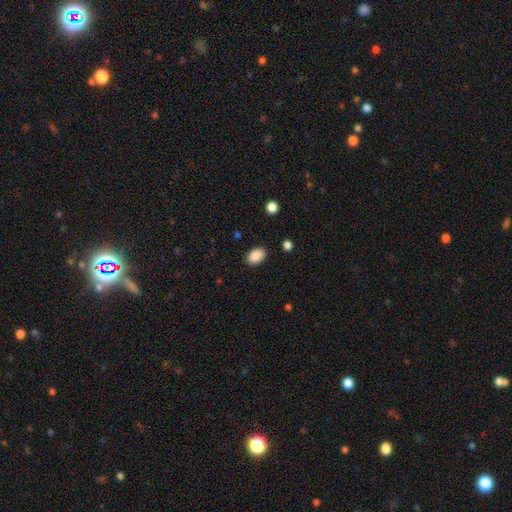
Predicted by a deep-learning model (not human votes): Q: Smooth or featured?
A: smooth (90%); runner-up: star or artifact (8%)
Q: How rounded?
A: in between (86%); runner-up: round (13%)
Q: Merging?
A: none (88%); runner-up: minor disturbance (9%)